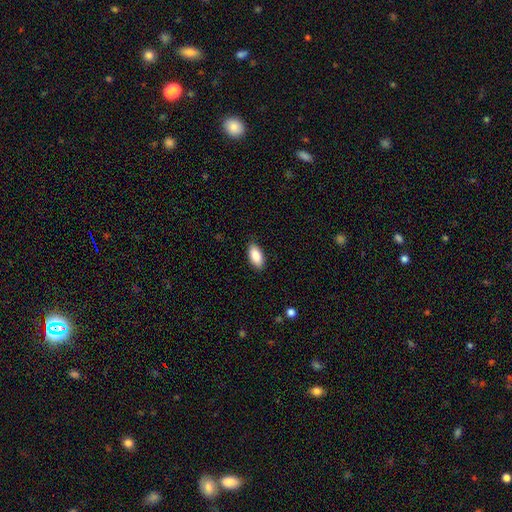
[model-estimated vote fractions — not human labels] Smooth or featured?
  - smooth: 89% *
  - star or artifact: 6%
  - featured or disk: 5%
How rounded?
  - in between: 93% *
  - cigar-shaped: 5%
  - round: 2%
Merging?
  - none: 87% *
  - minor disturbance: 10%
  - major disturbance: 2%
  - merger: 1%